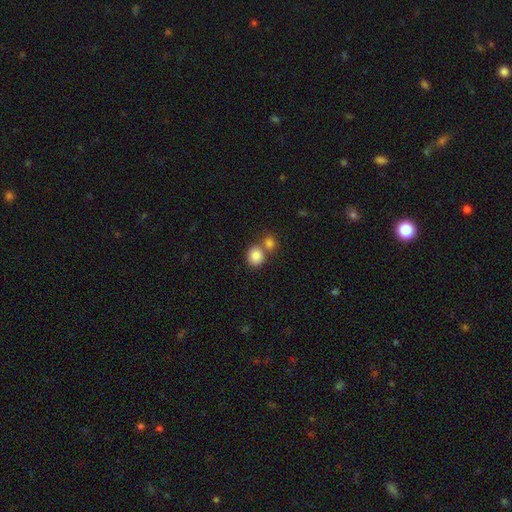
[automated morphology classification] This appears to be a smooth galaxy with no disk features (85%) that is round (80%). Merging: none (53%).